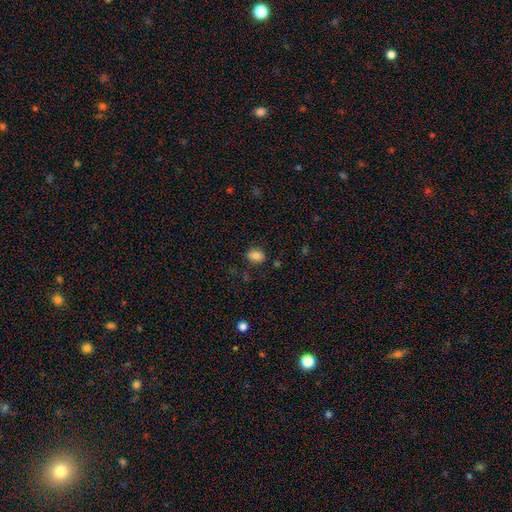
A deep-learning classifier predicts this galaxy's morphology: A smooth galaxy with no disk features (83%) that is in between round and cigar-shaped (74%).

Vote fractions:
- Smooth or featured? smooth: 83% / star or artifact: 10% / featured or disk: 7%
- How rounded? in between: 74% / round: 24% / cigar-shaped: 2%
- Merging? none: 78% / minor disturbance: 15% / major disturbance: 4% / merger: 3%